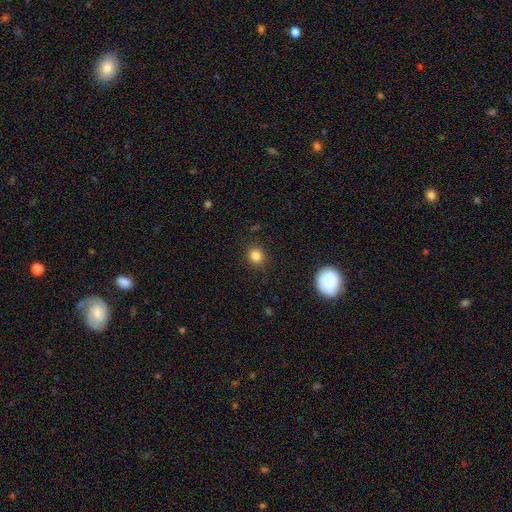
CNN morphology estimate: Smooth or featured? Predicted: smooth (p=0.83). How rounded? Predicted: round (p=0.84). Merging? Predicted: none (p=0.89).